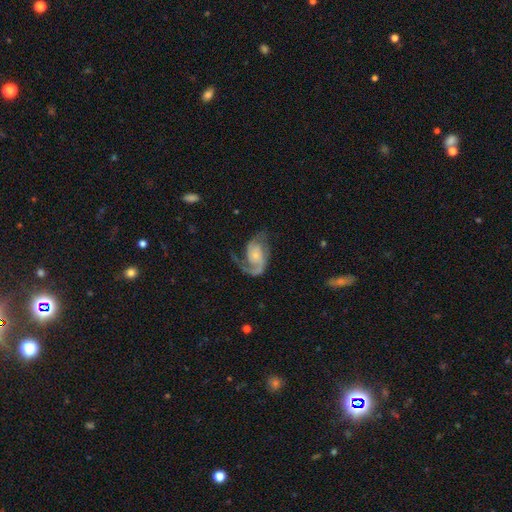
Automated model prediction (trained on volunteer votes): smooth_or_featured: featured or disk (p=0.86) [alt: smooth p=0.09]
disk_edge_on: no (p=0.97) [alt: yes p=0.03]
bar: no (p=0.67) [alt: weak p=0.26]
has_spiral_arms: yes (p=0.96) [alt: no p=0.04]
spiral_winding: medium (p=0.47) [alt: loose p=0.34]
spiral_arm_count: 2 (p=0.72) [alt: 1 p=0.21]
bulge_size: small (p=0.61) [alt: moderate p=0.24]
merging: none (p=0.56) [alt: major disturbance p=0.24]